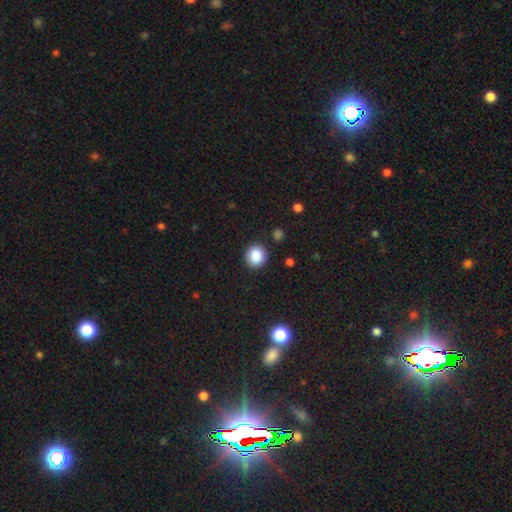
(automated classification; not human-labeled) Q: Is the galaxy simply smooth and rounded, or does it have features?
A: smooth — 87%.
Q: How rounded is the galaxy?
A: round — 89%.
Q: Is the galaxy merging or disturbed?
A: none — 90%.